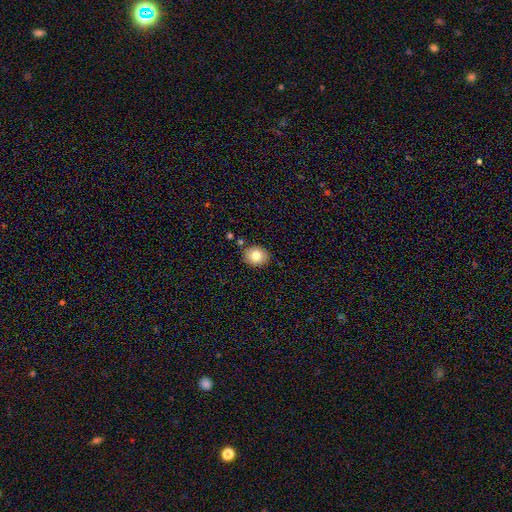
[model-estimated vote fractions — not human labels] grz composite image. It shows a smooth galaxy with no disk features (81%) that is round (67%). Merging: none (85%).